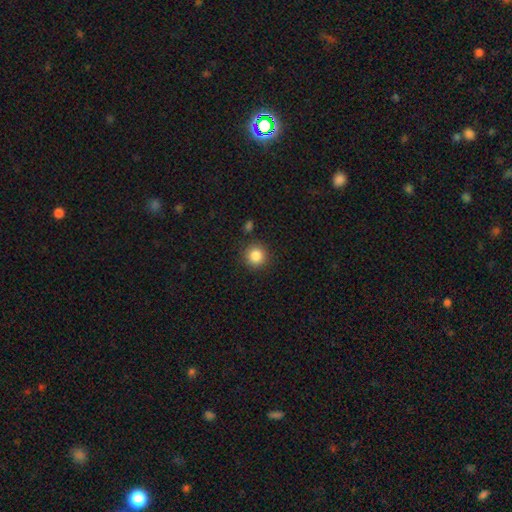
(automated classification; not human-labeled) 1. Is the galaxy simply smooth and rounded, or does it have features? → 86% smooth, 10% star or artifact, 4% featured or disk.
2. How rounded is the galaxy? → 93% round, 6% in between, 1% cigar-shaped.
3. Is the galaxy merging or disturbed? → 87% none, 8% minor disturbance, 3% merger, 3% major disturbance.